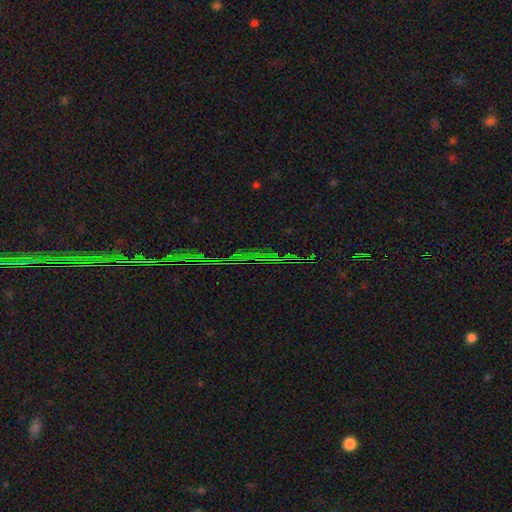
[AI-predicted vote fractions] smooth-or-featured: star or artifact: 78% | smooth: 11% | featured or disk: 11%